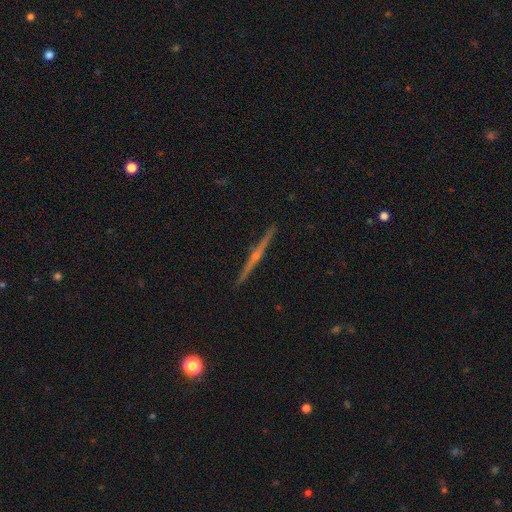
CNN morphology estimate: type=featured or disk (82%); edge-on=yes (99%); edge-on bulge=rounded (83%); merging=none (92%).